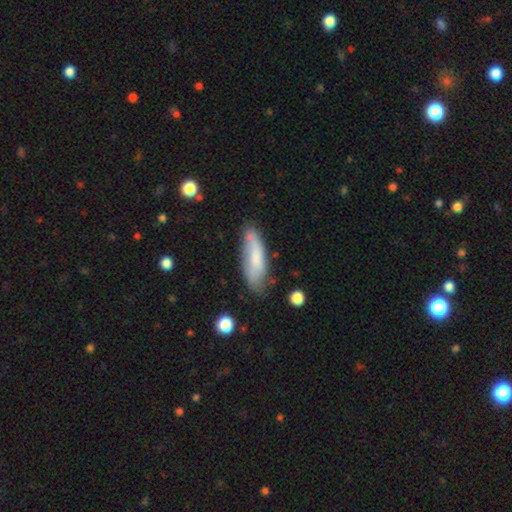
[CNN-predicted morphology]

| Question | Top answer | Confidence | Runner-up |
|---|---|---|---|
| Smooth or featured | smooth | 68% | featured or disk (25%) |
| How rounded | in between | 51% | cigar-shaped (48%) |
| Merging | none | 67% | minor disturbance (24%) |